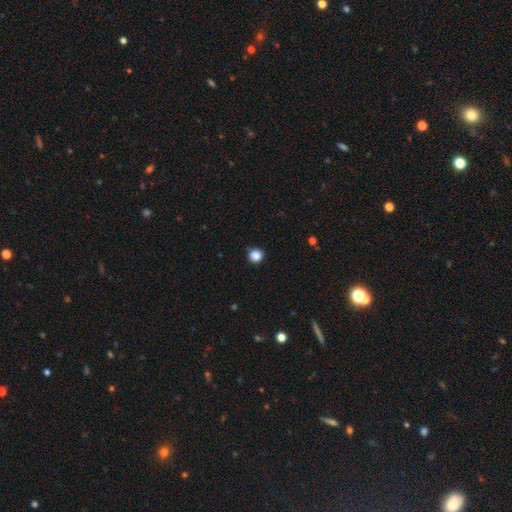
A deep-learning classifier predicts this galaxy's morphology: type=smooth (86%); roundness=round (93%); merging=none (88%).